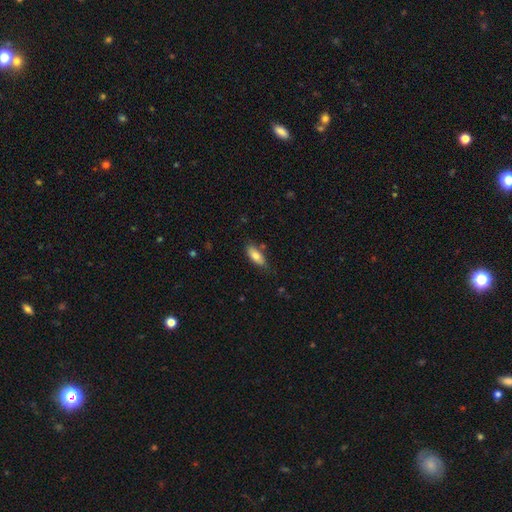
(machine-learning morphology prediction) This appears to be a smooth galaxy with no disk features (77%) that is in between round and cigar-shaped (78%). Merging: none (74%).